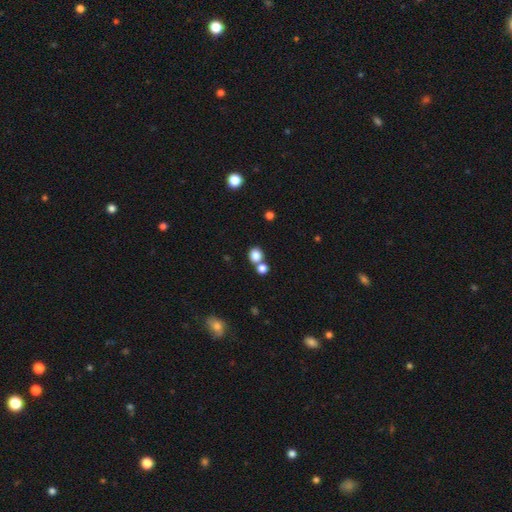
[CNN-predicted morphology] type=smooth (83%); roundness=round (78%); merging=none (58%).